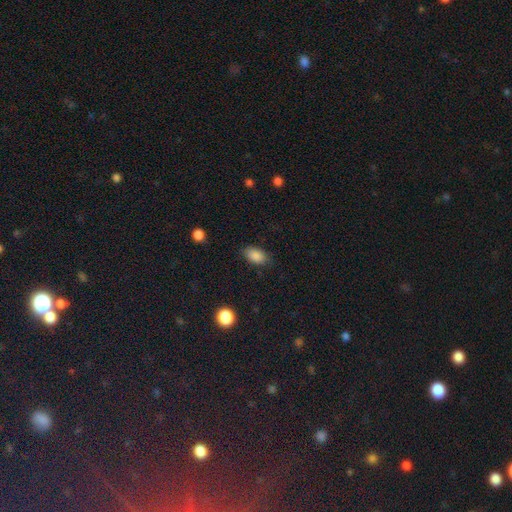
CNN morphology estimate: This appears to be a smooth galaxy with no disk features (87%) that is in between round and cigar-shaped (90%). Merging: none (81%).